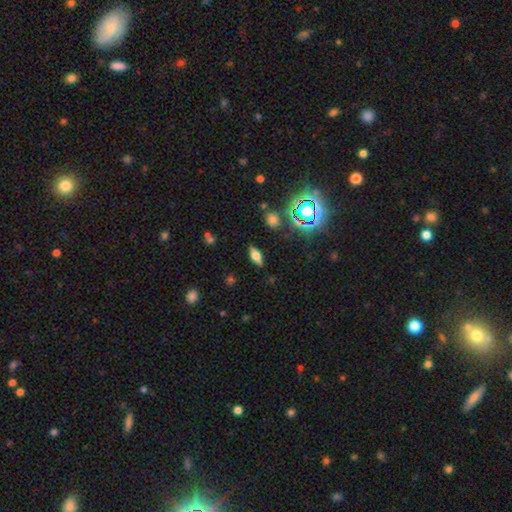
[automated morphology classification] Smooth or featured? smooth (48%)
Merging? none (85%)